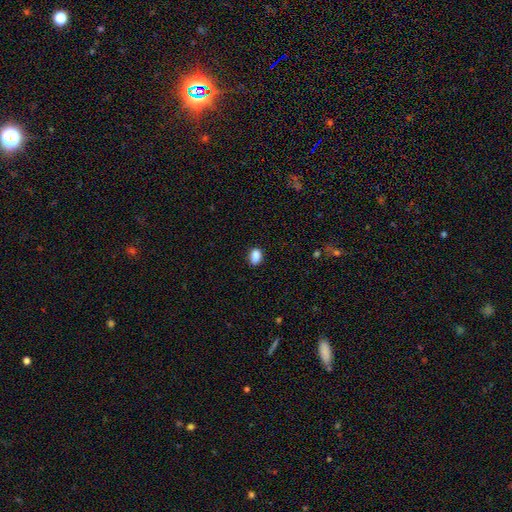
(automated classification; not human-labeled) Overall: smooth (88%). How rounded: in between (77%). Merging: none (83%).